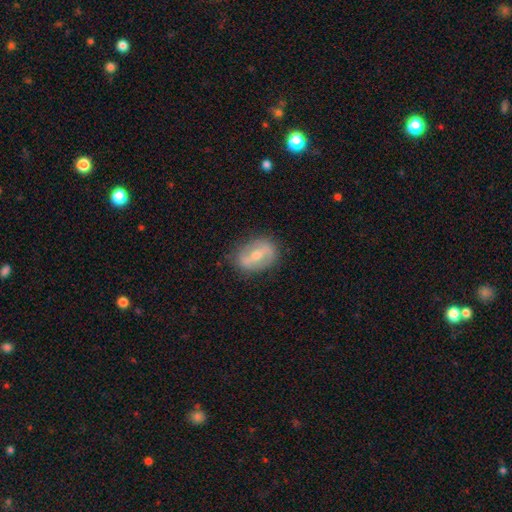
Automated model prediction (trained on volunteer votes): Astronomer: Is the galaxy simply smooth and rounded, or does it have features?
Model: featured or disk — 63%.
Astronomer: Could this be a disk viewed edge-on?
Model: no — 92%.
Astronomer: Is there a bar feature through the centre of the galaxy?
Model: strong — 54% (runner-up: weak, 31%).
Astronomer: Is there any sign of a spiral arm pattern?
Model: no — 50%, tied with yes at 50%.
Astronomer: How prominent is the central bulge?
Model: moderate — 59% (runner-up: small, 35%).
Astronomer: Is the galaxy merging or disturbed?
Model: none — 77%.